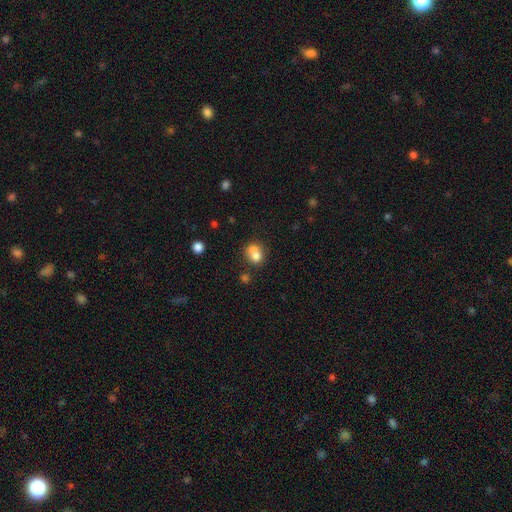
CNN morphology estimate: Q: Smooth or featured?
A: smooth (74%); runner-up: featured or disk (15%)
Q: How rounded?
A: round (63%); runner-up: in between (36%)
Q: Merging?
A: merger (48%); runner-up: none (34%)